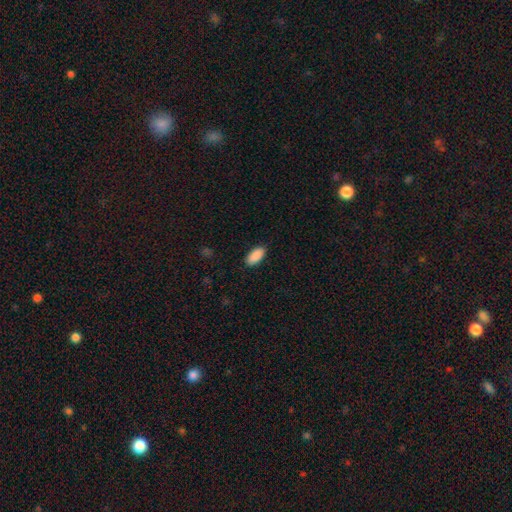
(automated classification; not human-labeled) Smooth or featured: smooth — 91% (star or artifact — 6%)
How rounded: in between — 91% (cigar-shaped — 7%)
Merging: none — 89% (minor disturbance — 8%)